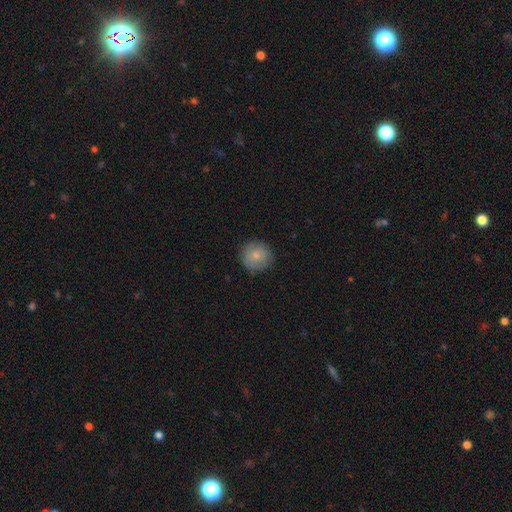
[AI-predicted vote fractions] Smooth or featured? Predicted: smooth (p=0.79). How rounded? Predicted: round (p=0.94). Merging? Predicted: none (p=0.86).